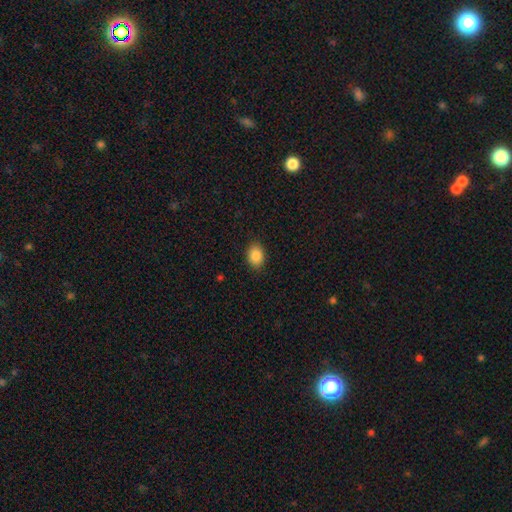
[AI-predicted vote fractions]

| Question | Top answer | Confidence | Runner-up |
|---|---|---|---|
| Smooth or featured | smooth | 87% | star or artifact (8%) |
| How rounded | in between | 71% | round (28%) |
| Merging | none | 88% | minor disturbance (9%) |